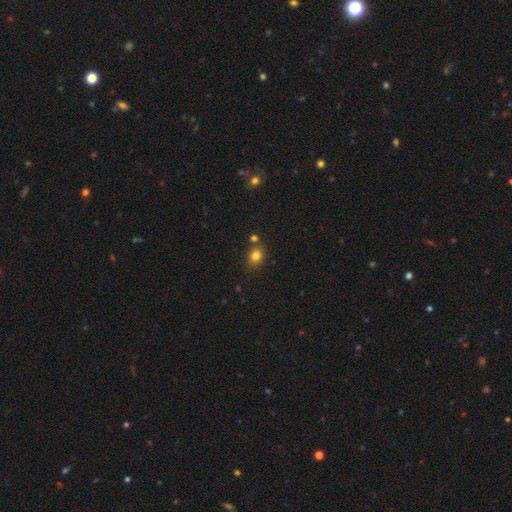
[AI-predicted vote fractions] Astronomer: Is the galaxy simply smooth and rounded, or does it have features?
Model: smooth — 80%.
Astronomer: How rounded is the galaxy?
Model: round — 57% (runner-up: in between, 42%).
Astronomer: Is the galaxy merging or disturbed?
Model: none — 72%.